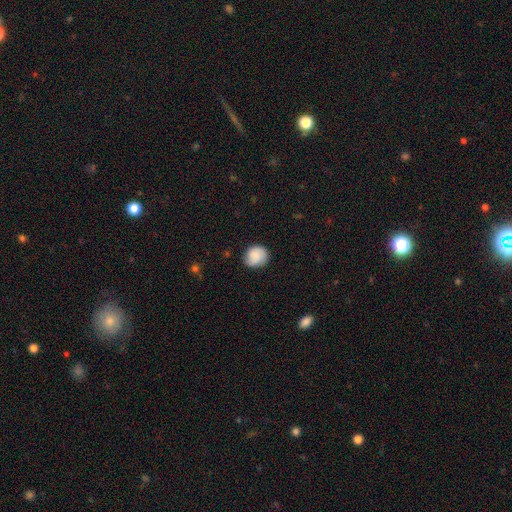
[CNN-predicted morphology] The model was most divided on "smooth or featured": smooth: 74%, featured or disk: 18%, star or artifact: 8%. More confident: how rounded — round (79%); merging — none (79%).